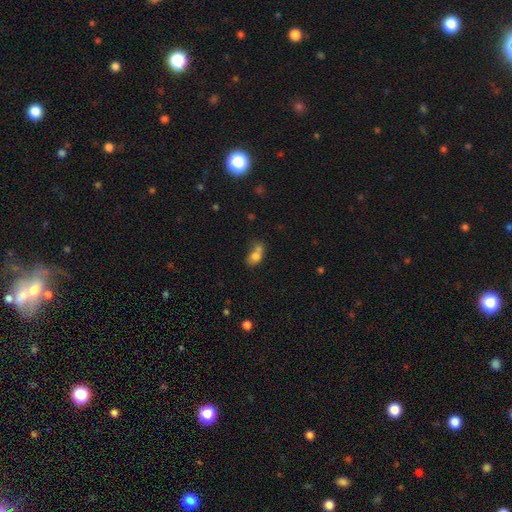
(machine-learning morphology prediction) Overall: smooth (75%). How rounded: in between (72%). Merging: merger (44%; none 28%).